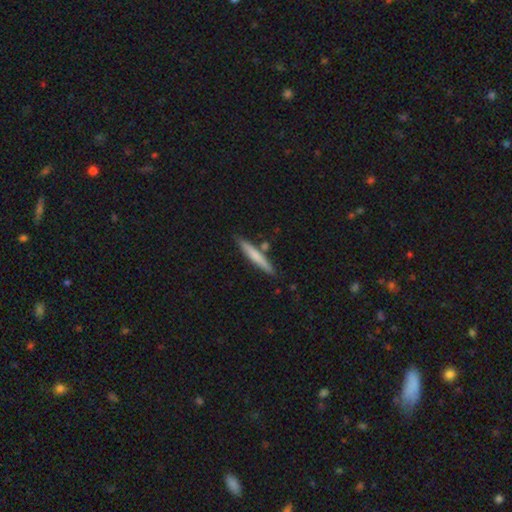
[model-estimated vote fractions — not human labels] smooth_or_featured: smooth (p=0.65) [alt: featured or disk p=0.30]
how_rounded: cigar-shaped (p=0.95) [alt: in between p=0.04]
merging: none (p=0.82) [alt: minor disturbance p=0.10]